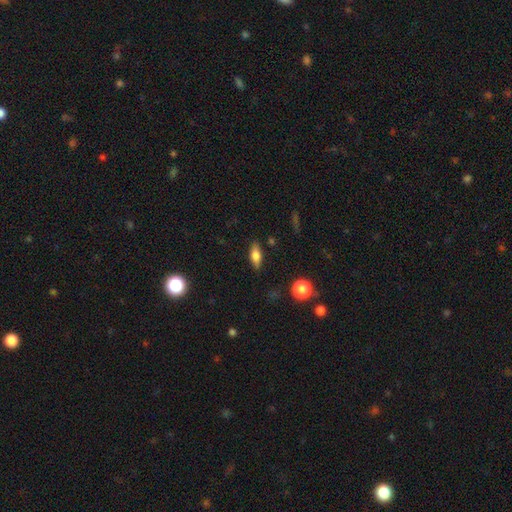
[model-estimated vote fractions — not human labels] Q: Smooth or featured?
A: smooth (68%); runner-up: featured or disk (24%)
Q: How rounded?
A: in between (75%); runner-up: cigar-shaped (20%)
Q: Merging?
A: none (84%); runner-up: minor disturbance (11%)